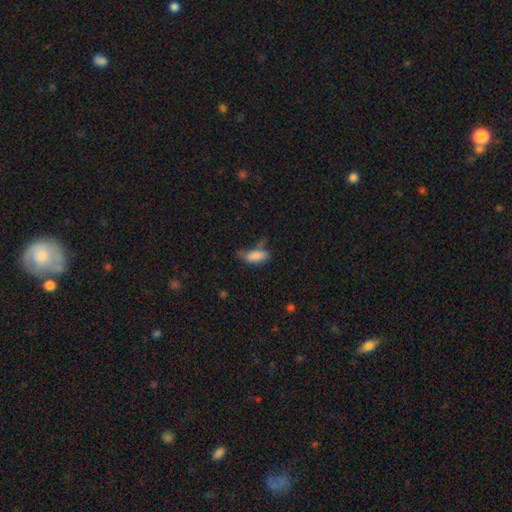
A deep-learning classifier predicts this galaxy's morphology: Overall: smooth (81%). How rounded: in between (73%). Merging: none (43%; minor disturbance 33%).